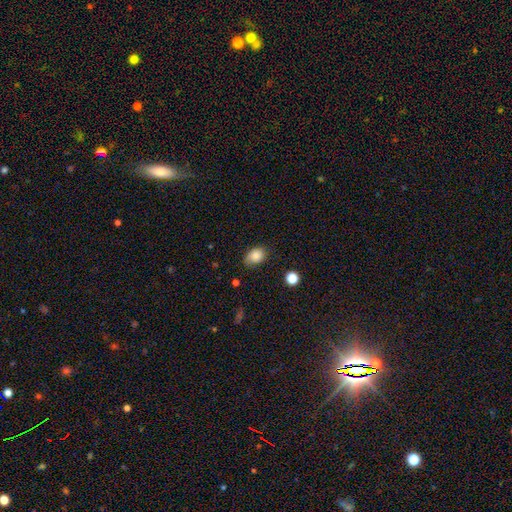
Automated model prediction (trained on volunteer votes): smooth_or_featured: smooth (p=0.81) [alt: featured or disk p=0.10]
how_rounded: in between (p=0.75) [alt: round p=0.23]
merging: none (p=0.64) [alt: minor disturbance p=0.28]